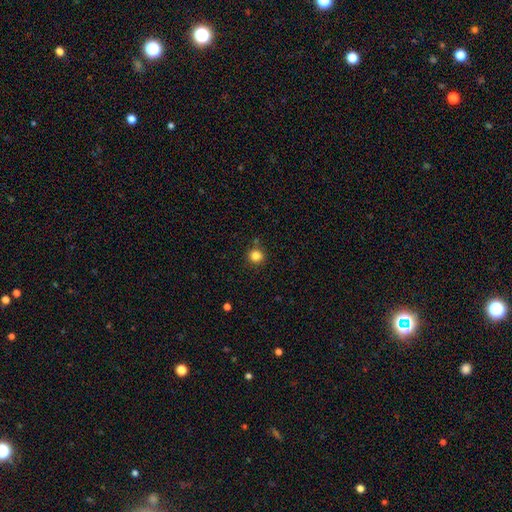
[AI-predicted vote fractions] A smooth galaxy with no disk features (83%) that is round (92%). Merging: none (84%).